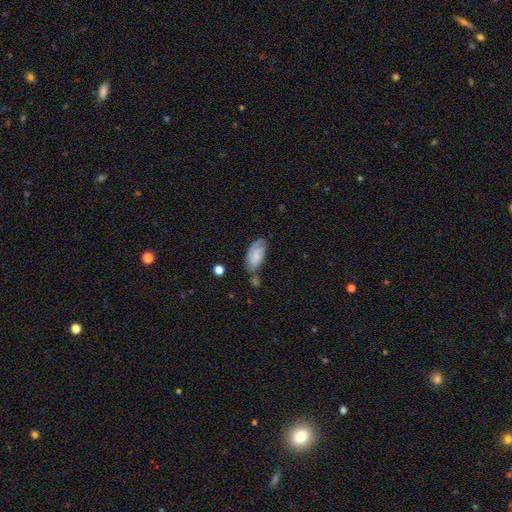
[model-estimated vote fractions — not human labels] This appears to be a featured or disk galaxy (48%). Merging: none (57%).